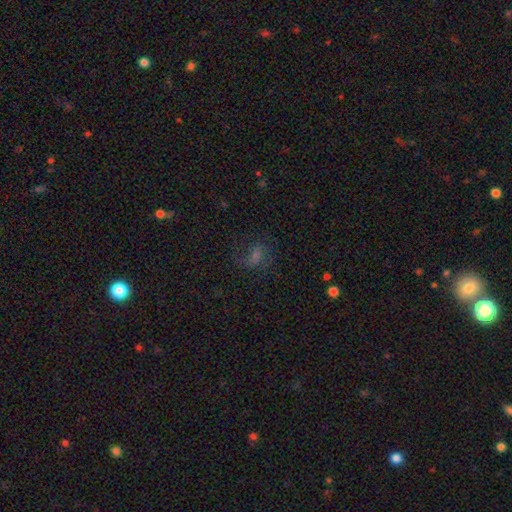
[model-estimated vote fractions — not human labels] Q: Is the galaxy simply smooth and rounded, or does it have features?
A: smooth — 38%.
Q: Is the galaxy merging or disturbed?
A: none — 56%.